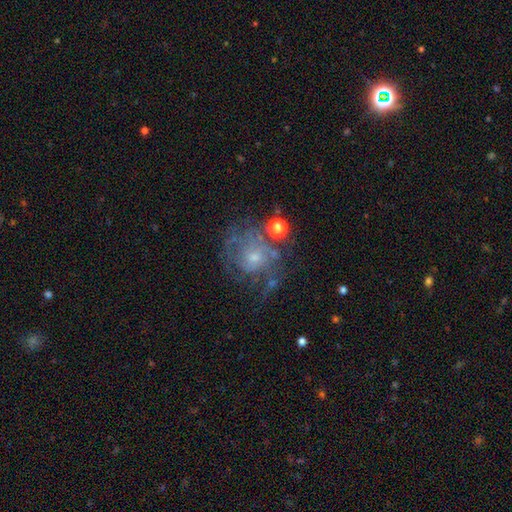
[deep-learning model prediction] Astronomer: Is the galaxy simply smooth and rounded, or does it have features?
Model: featured or disk — 66%.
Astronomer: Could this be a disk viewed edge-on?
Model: no — 98%.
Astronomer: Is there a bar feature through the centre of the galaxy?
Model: no — 77%.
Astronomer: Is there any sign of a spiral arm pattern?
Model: yes — 69%.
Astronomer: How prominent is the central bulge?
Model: small — 60%.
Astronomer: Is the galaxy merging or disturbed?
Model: none — 51%.